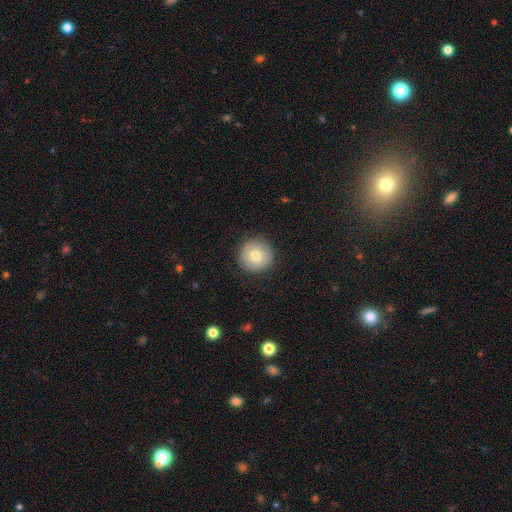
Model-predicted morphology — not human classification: A smooth galaxy with no disk features (77%) that is round (96%). Merging: none (90%).